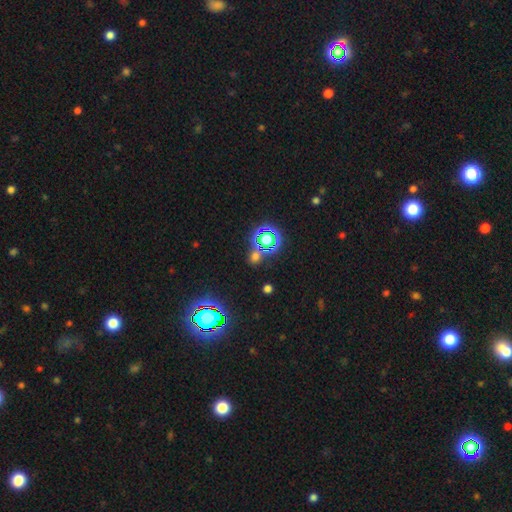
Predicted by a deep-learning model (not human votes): The model was most divided on "smooth or featured": star or artifact: 50%, smooth: 43%, featured or disk: 8%.